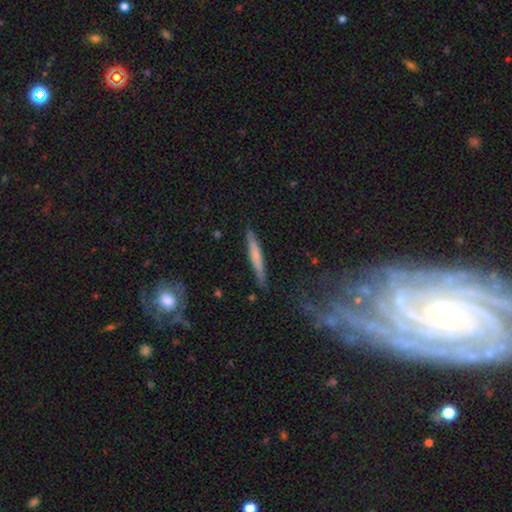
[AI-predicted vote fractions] A smooth galaxy with no disk features (54%) that is cigar-shaped (94%).

Vote fractions:
- Smooth or featured? smooth: 54% / featured or disk: 40% / star or artifact: 6%
- How rounded? cigar-shaped: 94% / in between: 4% / round: 2%
- Merging? none: 86% / minor disturbance: 10% / major disturbance: 2% / merger: 2%